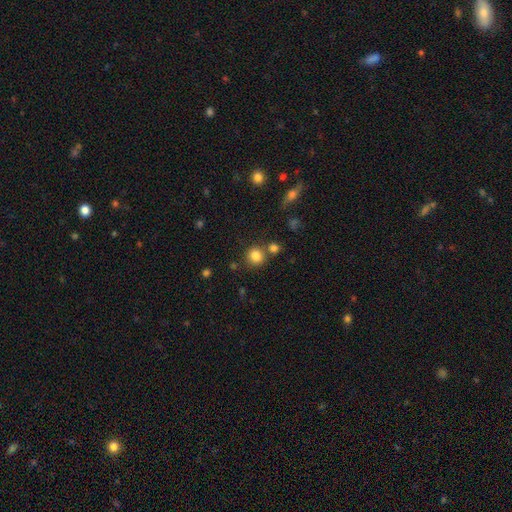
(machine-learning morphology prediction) A smooth galaxy with no disk features (82%) that is round (88%). Merging: none (72%).